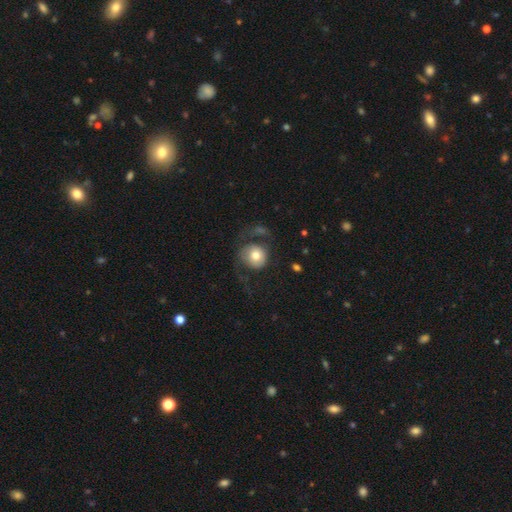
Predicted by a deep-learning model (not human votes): This is likely a smooth galaxy (66%). How rounded: clearly round (88%). Merging: marginally none (43%).